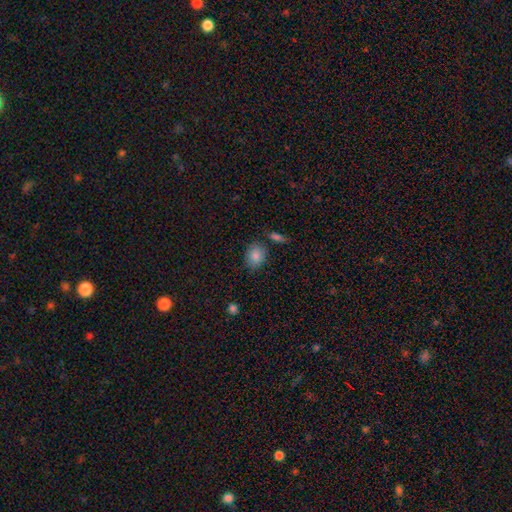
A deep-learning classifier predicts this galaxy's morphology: type=smooth (85%); roundness=in between (56%); merging=none (76%).